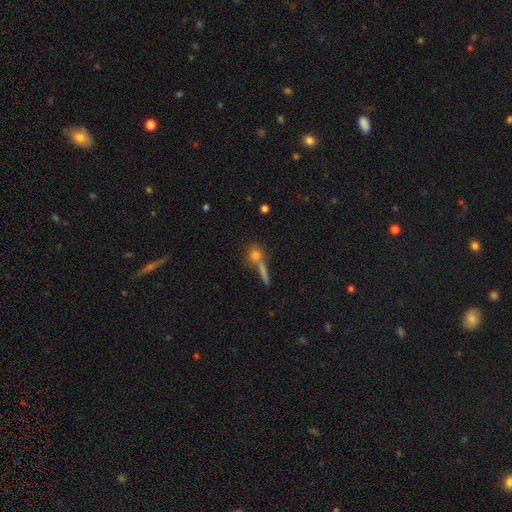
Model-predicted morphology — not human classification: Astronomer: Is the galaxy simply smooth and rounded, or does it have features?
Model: smooth — 71%.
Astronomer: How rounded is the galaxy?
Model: round — 63%.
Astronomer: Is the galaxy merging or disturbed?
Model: none — 56%.